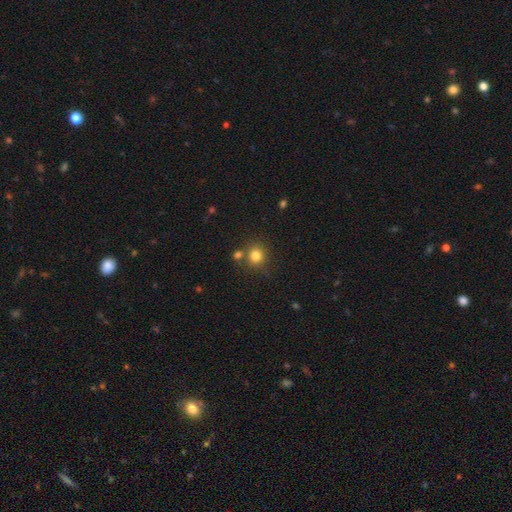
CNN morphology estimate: A smooth galaxy with no disk features (81%) that is round (85%). Merging: none (72%).